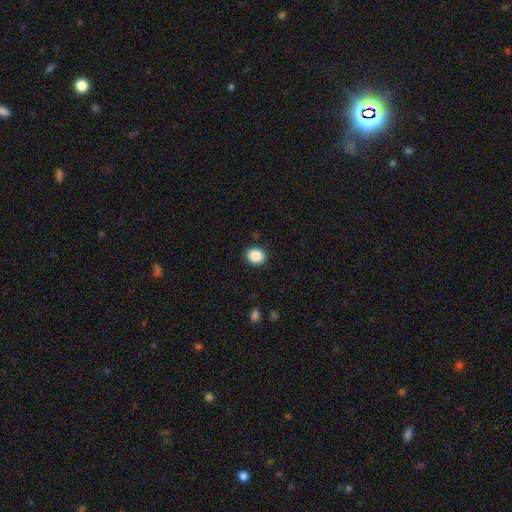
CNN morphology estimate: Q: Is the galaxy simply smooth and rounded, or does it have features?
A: smooth — 88%.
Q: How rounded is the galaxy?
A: round — 76%.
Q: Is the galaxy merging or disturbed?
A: none — 91%.